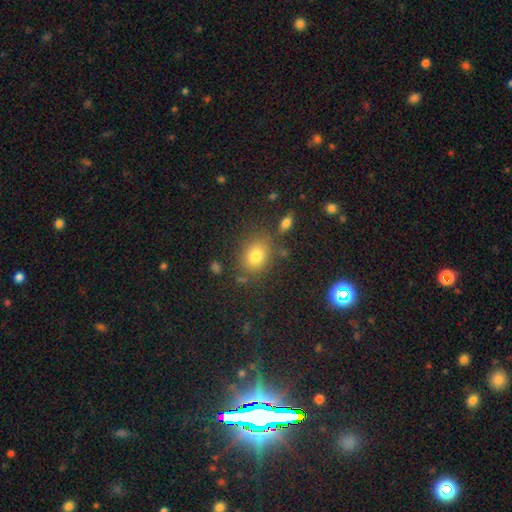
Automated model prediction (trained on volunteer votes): Smooth or featured?
  - smooth: 76% *
  - star or artifact: 14%
  - featured or disk: 9%
How rounded?
  - in between: 54% *
  - round: 45%
  - cigar-shaped: 1%
Merging?
  - none: 77% *
  - minor disturbance: 13%
  - merger: 6%
  - major disturbance: 4%